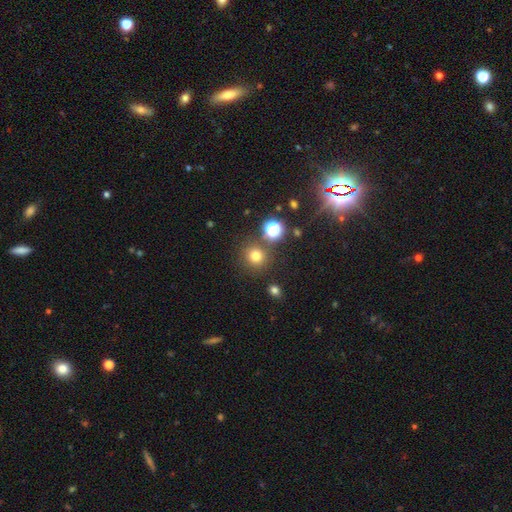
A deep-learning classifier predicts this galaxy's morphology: Smooth or featured? smooth (72%)
How rounded? round (91%)
Merging? none (80%)